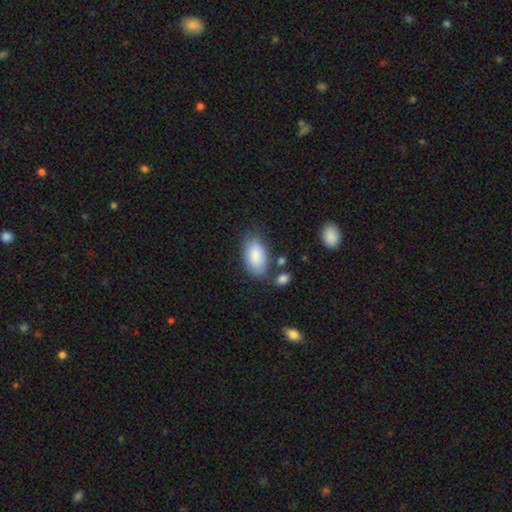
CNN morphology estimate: Smooth or featured? smooth (86%)
How rounded? in between (94%)
Merging? none (70%)